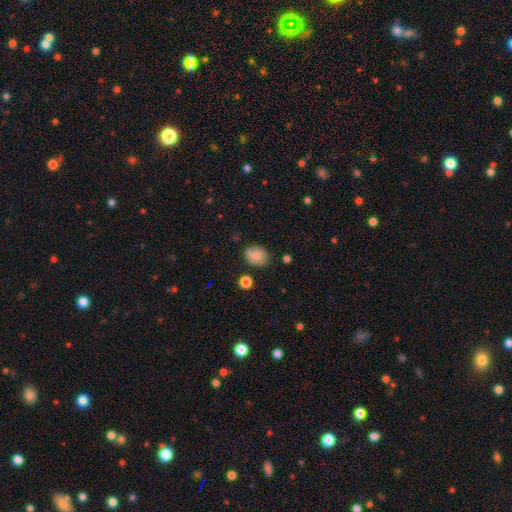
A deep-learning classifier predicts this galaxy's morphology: Smooth or featured? smooth (73%)
How rounded? round (56%)
Merging? none (66%)